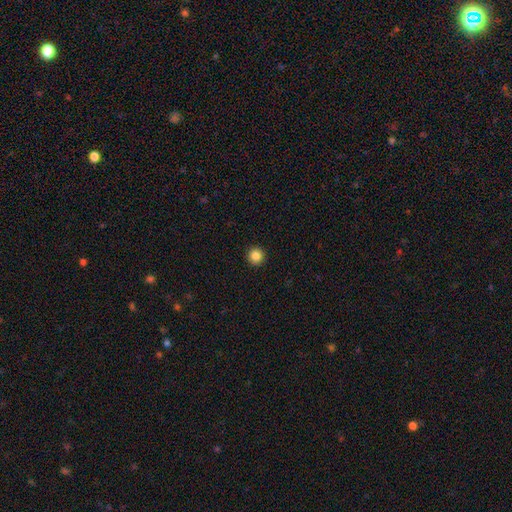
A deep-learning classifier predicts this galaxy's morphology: A smooth galaxy with no disk features (85%) that is round (96%). Merging: none (94%).